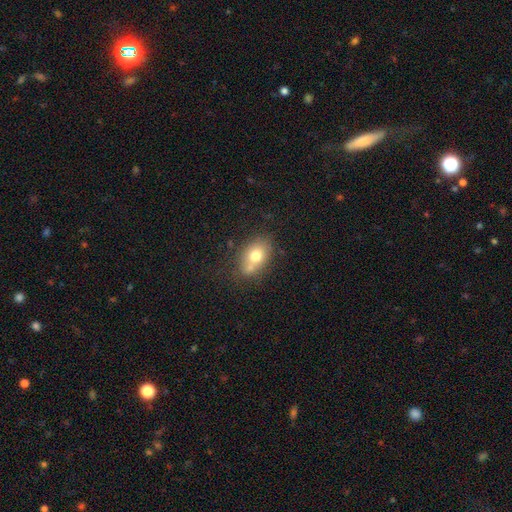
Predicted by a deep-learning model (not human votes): Smooth or featured?
  - smooth: 71% *
  - featured or disk: 19%
  - star or artifact: 10%
How rounded?
  - in between: 72% *
  - round: 27%
  - cigar-shaped: 2%
Merging?
  - none: 54% *
  - merger: 23%
  - minor disturbance: 18%
  - major disturbance: 5%